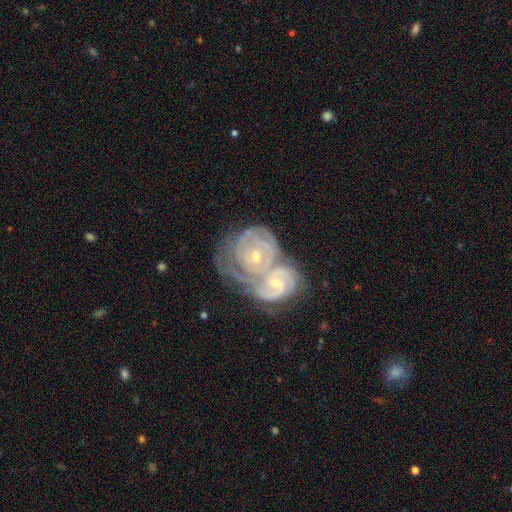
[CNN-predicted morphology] The model was most divided on "spiral arm count": can't tell: 34%, 2: 24%, 3: 23%, 4: 9%, more than 4: 5%, 1: 5%. More confident: edge-on disk — no (97%); spiral arms — yes (95%); smooth or featured — featured or disk (86%); spiral winding — tight (79%); merging — merger (73%); bar — no (70%); bulge size — small (58%).